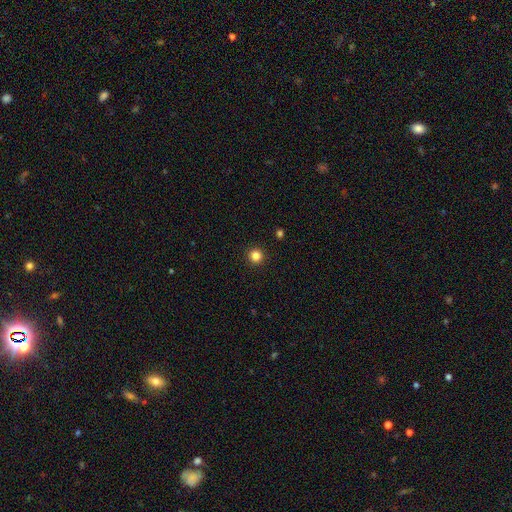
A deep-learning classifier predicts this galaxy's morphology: A smooth galaxy with no disk features (84%) that is round (96%).

Vote fractions:
- Smooth or featured? smooth: 84% / star or artifact: 13% / featured or disk: 4%
- How rounded? round: 96% / in between: 3% / cigar-shaped: 1%
- Merging? none: 93% / minor disturbance: 4% / major disturbance: 2% / merger: 1%